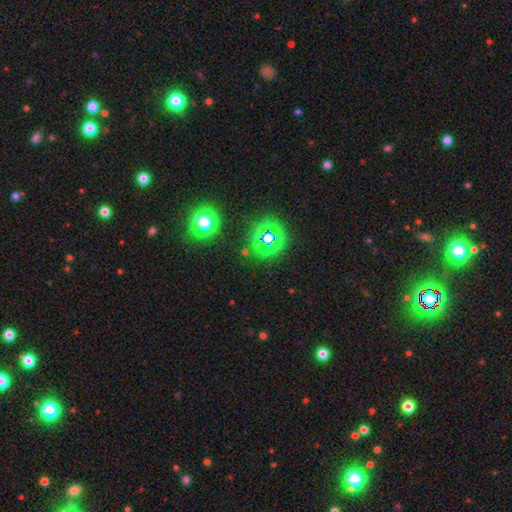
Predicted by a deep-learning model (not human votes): This appears to be a star or artifact, not a galaxy (56%).